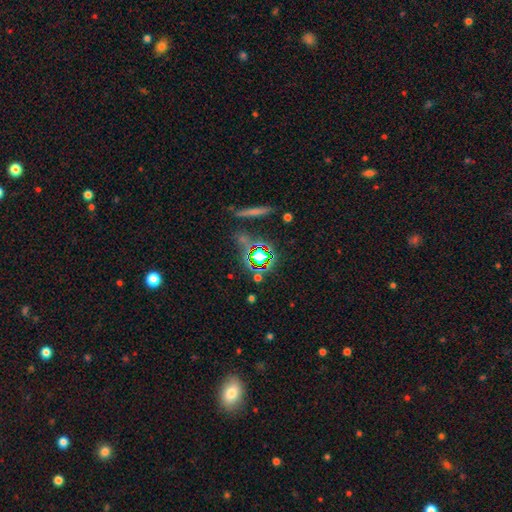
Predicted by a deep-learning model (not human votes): Smooth or featured: star or artifact — 54% (featured or disk — 23%)